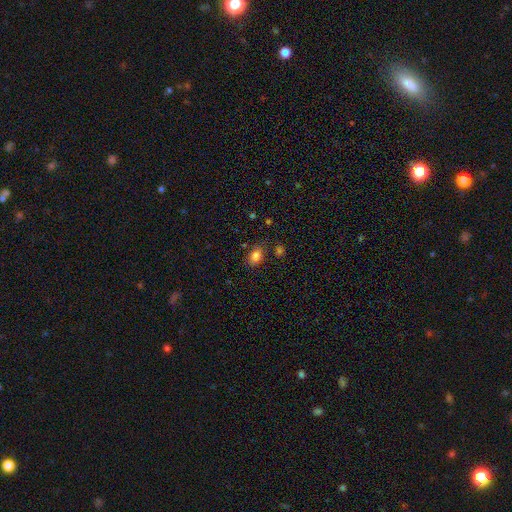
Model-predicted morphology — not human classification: Smooth or featured? smooth (83%)
How rounded? in between (80%)
Merging? none (77%)